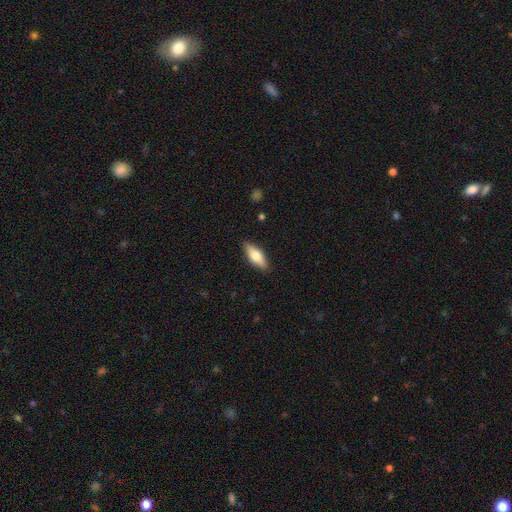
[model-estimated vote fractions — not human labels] Smooth or featured? smooth (68%)
How rounded? in between (66%)
Merging? none (87%)